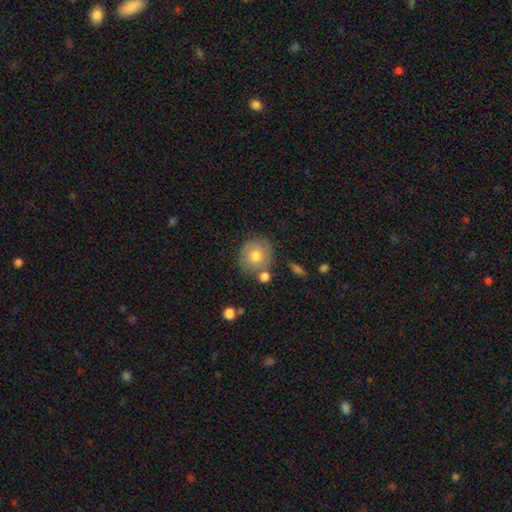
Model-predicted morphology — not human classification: The model was most divided on "smooth or featured": smooth: 64%, featured or disk: 29%, star or artifact: 8%. More confident: how rounded — round (84%); merging — none (68%).